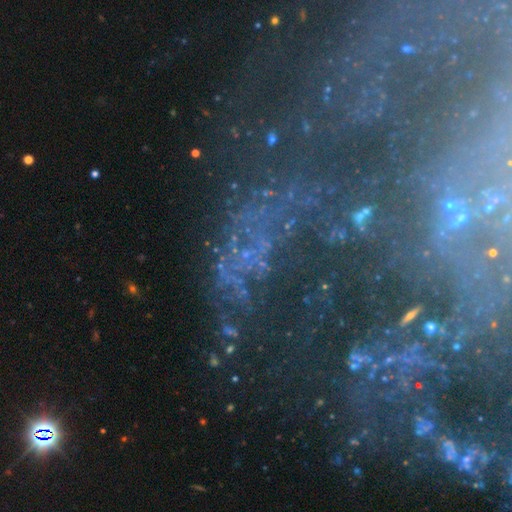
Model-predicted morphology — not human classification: featured or disk 50%, star or artifact 37%, smooth 13%. Down the decision tree: edge-on disk — no (87%); merging — none (63%).